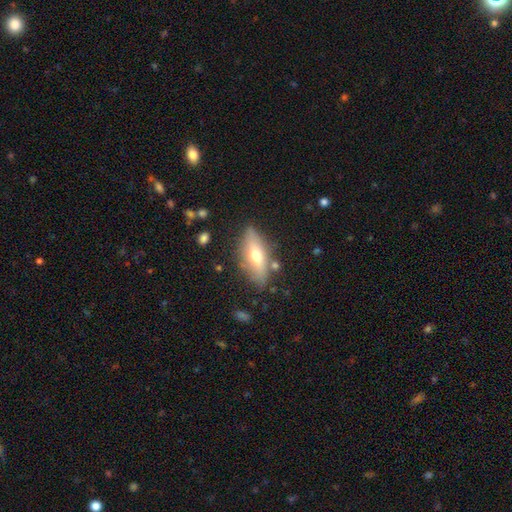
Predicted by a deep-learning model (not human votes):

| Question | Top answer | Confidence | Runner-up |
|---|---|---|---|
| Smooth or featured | smooth | 52% | featured or disk (41%) |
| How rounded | in between | 64% | cigar-shaped (33%) |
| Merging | none | 78% | minor disturbance (15%) |